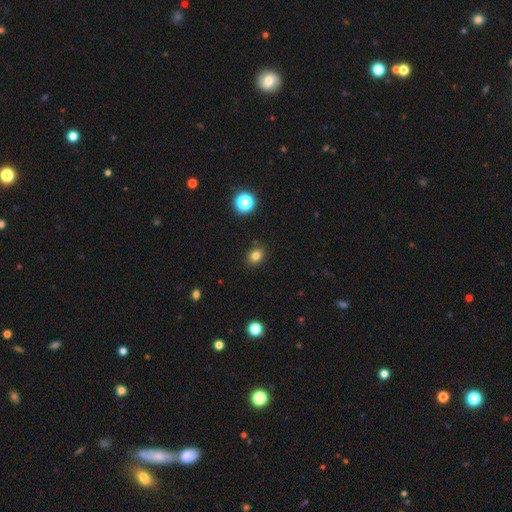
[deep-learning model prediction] This is clearly a smooth galaxy (81%). How rounded: possibly round (58%). Merging: clearly none (88%).